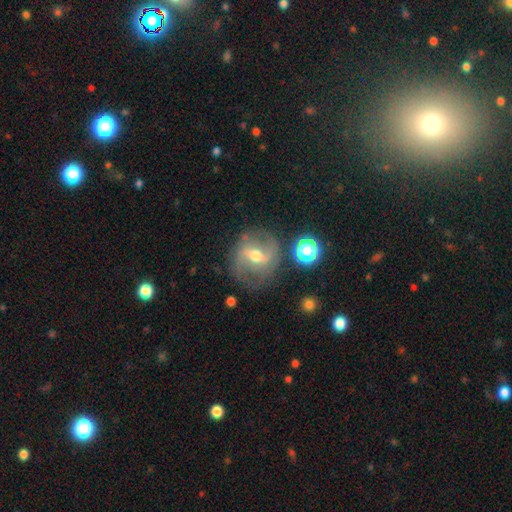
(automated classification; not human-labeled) The model was most divided on "bar": weak: 47%, strong: 37%, no: 17%. Remaining: edge-on disk — no (96%); spiral arms — yes (88%); spiral arm count — 2 (81%); smooth or featured — featured or disk (78%); merging — none (71%); bulge size — moderate (68%); spiral winding — medium (47%).